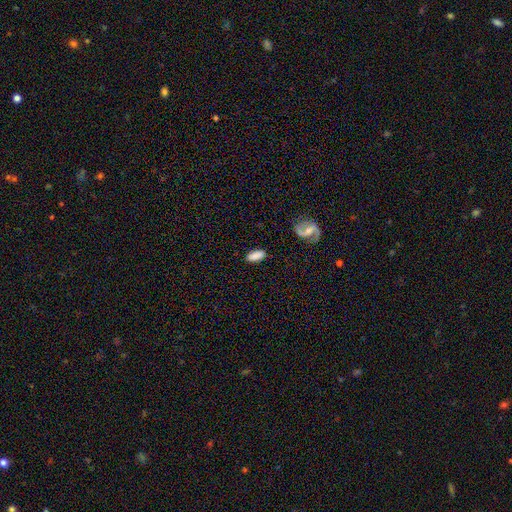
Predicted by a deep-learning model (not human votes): The model was most divided on "smooth or featured": smooth: 81%, featured or disk: 12%, star or artifact: 7%. More confident: how rounded — in between (85%); merging — none (83%).